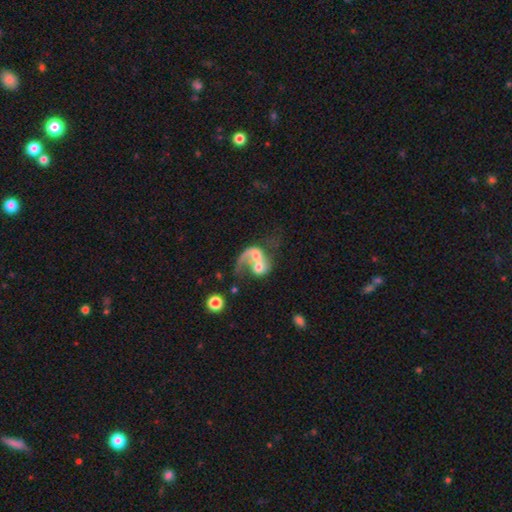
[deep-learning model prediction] This appears to be a featured or disk galaxy (67%) with no bar (72%), spiral arms (76%) and a moderate central bulge (53%). Merging: merger (69%).